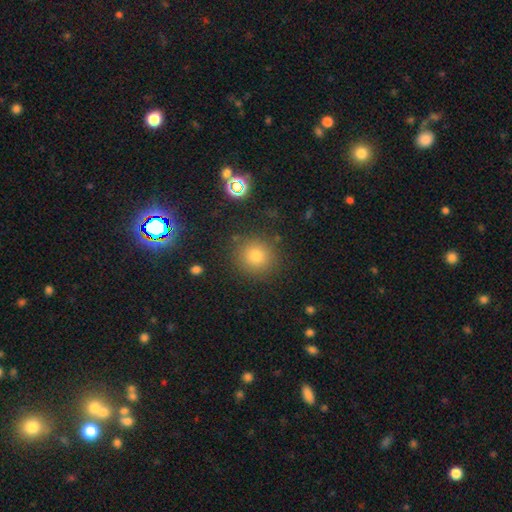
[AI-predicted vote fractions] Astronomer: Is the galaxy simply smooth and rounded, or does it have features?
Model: smooth — 75%.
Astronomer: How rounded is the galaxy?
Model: round — 92%.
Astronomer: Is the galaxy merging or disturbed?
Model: none — 86%.